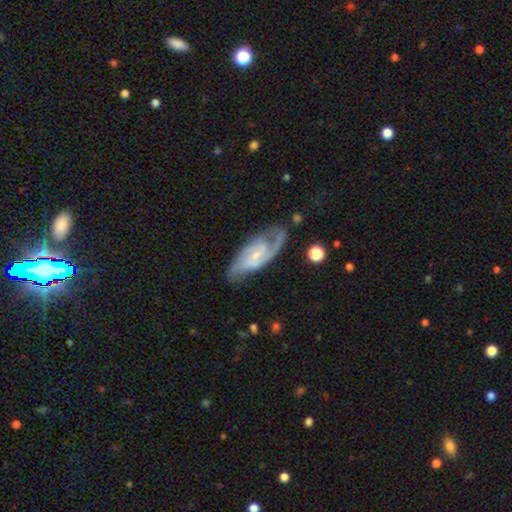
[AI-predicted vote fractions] featured or disk 79%, smooth 16%, star or artifact 6%. Down the decision tree: edge-on disk — no (92%); bar — no (46%); spiral arms — yes (93%); spiral arm count — 2 (67%); spiral winding — medium (47%); bulge size — small (68%); merging — none (60%).